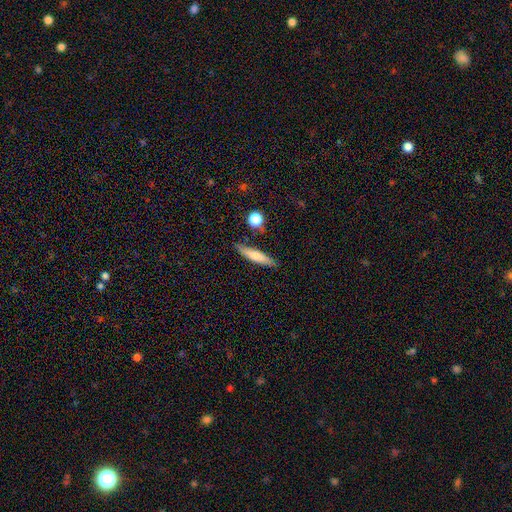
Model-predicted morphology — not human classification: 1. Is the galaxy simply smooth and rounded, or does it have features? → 65% smooth, 28% featured or disk, 7% star or artifact.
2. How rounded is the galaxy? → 82% cigar-shaped, 16% in between, 2% round.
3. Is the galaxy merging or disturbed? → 83% none, 11% minor disturbance, 3% merger, 2% major disturbance.